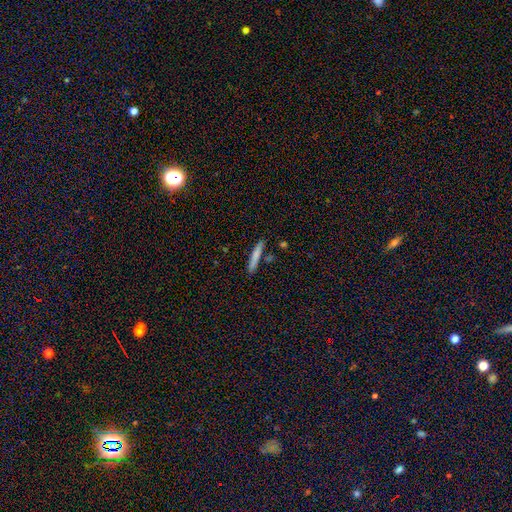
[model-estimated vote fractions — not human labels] A smooth galaxy with no disk features (75%) that is cigar-shaped (94%).

Vote fractions:
- Smooth or featured? smooth: 75% / featured or disk: 19% / star or artifact: 6%
- How rounded? cigar-shaped: 94% / in between: 4% / round: 1%
- Merging? none: 83% / minor disturbance: 10% / merger: 5% / major disturbance: 2%